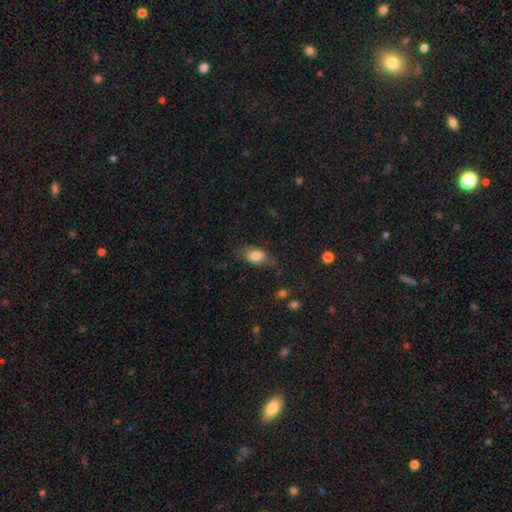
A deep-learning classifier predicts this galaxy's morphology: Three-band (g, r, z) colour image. It shows a smooth galaxy with no disk features (78%) that is in between round and cigar-shaped (88%). Merging: none (60%).